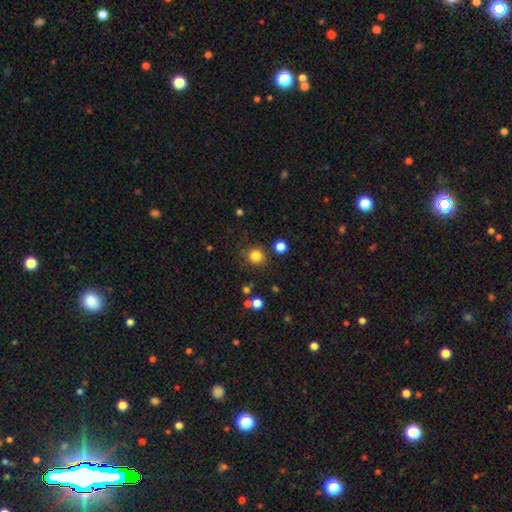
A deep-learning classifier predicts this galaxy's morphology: This appears to be a smooth galaxy with no disk features (82%) that is round (92%). Merging: none (83%).